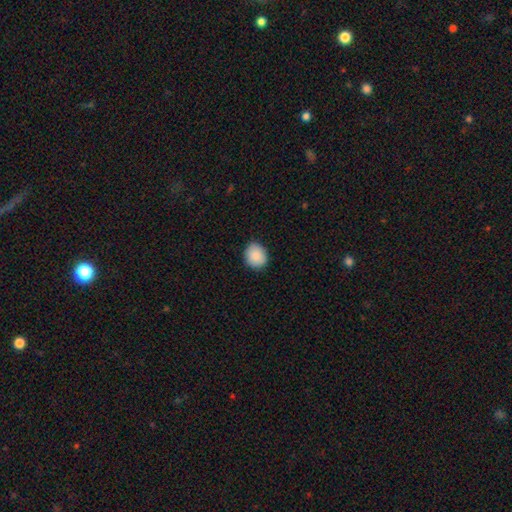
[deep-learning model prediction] This appears to be a smooth galaxy with no disk features (89%) that is round (72%). Merging: none (86%).